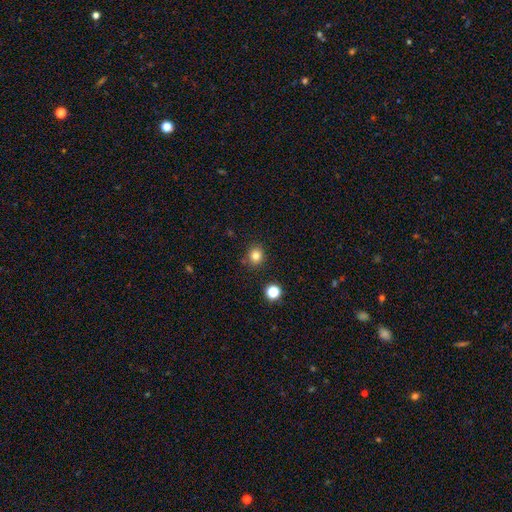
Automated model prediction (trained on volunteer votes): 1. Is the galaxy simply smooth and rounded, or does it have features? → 81% smooth, 14% star or artifact, 6% featured or disk.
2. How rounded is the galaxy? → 87% round, 12% in between, 1% cigar-shaped.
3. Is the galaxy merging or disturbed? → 86% none, 8% minor disturbance, 3% merger, 2% major disturbance.